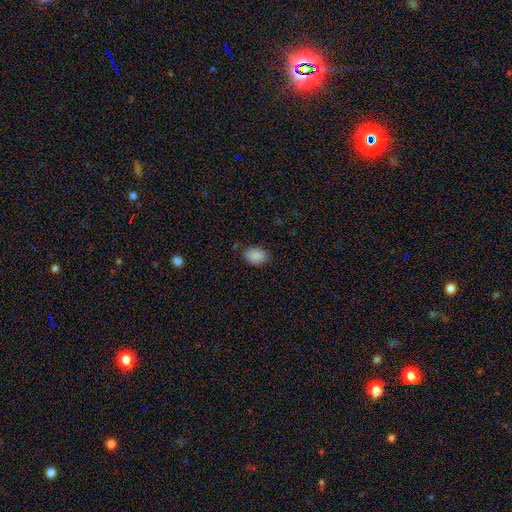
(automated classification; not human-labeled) smooth_or_featured: smooth (p=0.88) [alt: star or artifact p=0.08]
how_rounded: in between (p=0.80) [alt: round p=0.19]
merging: none (p=0.79) [alt: minor disturbance p=0.16]